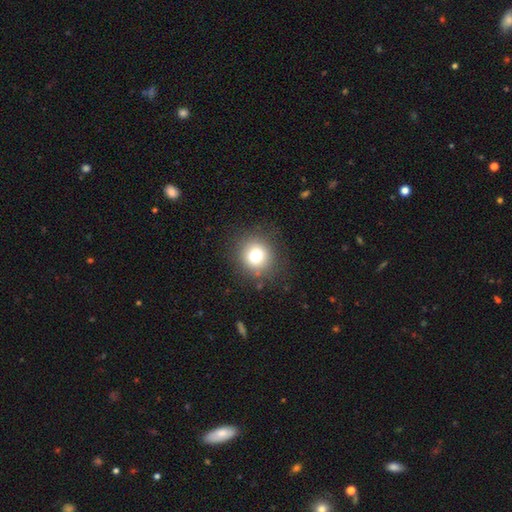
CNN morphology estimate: Smooth or featured: smooth — 76% (star or artifact — 13%)
How rounded: round — 90% (in between — 9%)
Merging: none — 87% (minor disturbance — 8%)